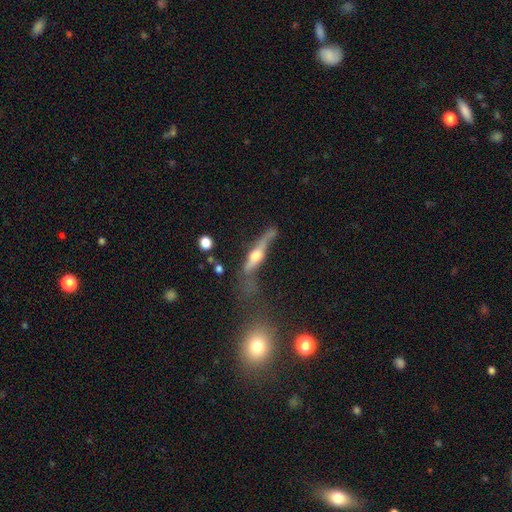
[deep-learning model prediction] Smooth or featured?
  - featured or disk: 66% *
  - smooth: 26%
  - star or artifact: 8%
Edge-on disk?
  - yes: 85% *
  - no: 15%
Edge-on bulge?
  - rounded: 90% *
  - boxy: 7%
  - none: 4%
Merging?
  - none: 41% *
  - minor disturbance: 25%
  - major disturbance: 24%
  - merger: 10%